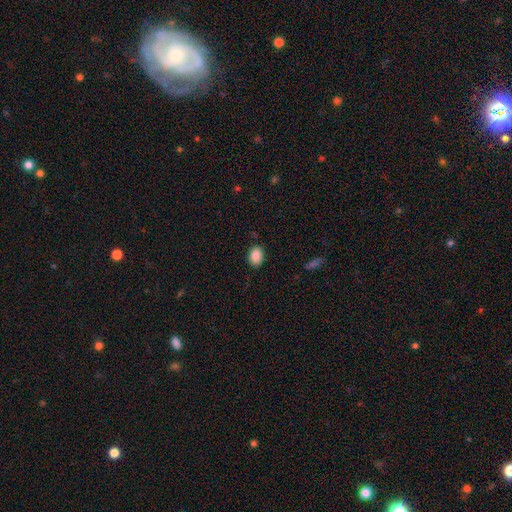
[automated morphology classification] Smooth or featured? smooth (89%)
How rounded? in between (78%)
Merging? none (85%)